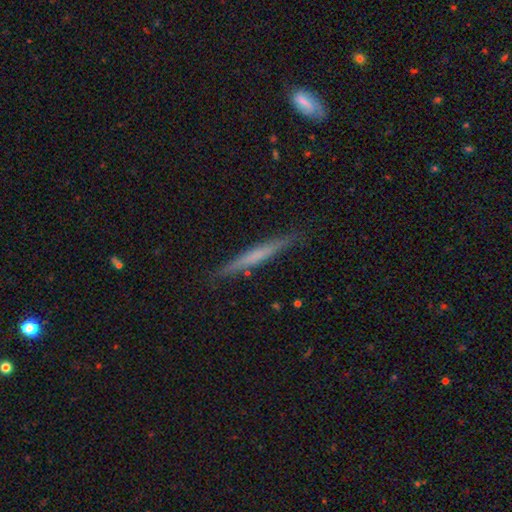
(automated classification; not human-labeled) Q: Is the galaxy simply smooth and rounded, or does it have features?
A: smooth — 48%.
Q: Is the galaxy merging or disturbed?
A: none — 89%.